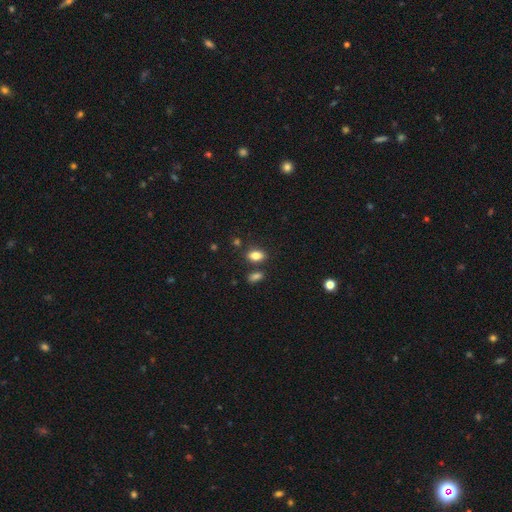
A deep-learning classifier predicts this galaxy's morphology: Smooth or featured: smooth — 83% (star or artifact — 9%)
How rounded: in between — 86% (round — 10%)
Merging: none — 77% (minor disturbance — 11%)